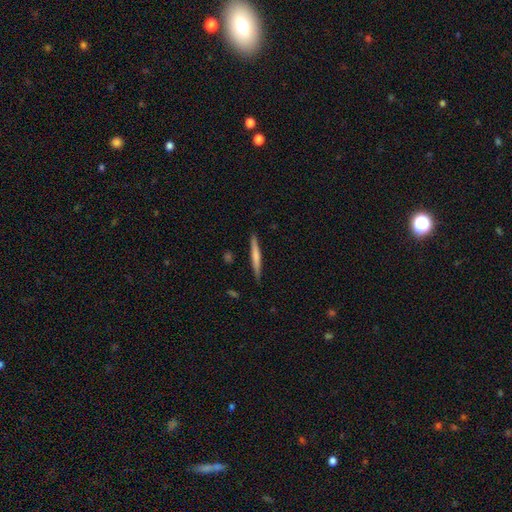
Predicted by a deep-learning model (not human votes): A smooth galaxy with no disk features (60%) that is cigar-shaped (96%).

Vote fractions:
- Smooth or featured? smooth: 60% / featured or disk: 34% / star or artifact: 5%
- How rounded? cigar-shaped: 96% / in between: 3% / round: 1%
- Merging? none: 87% / minor disturbance: 10% / major disturbance: 2% / merger: 1%